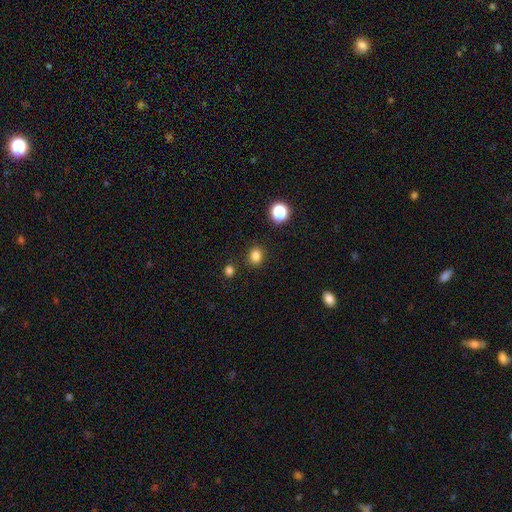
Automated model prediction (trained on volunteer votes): This appears to be a smooth galaxy with no disk features (82%) that is round (65%). Merging: none (86%).